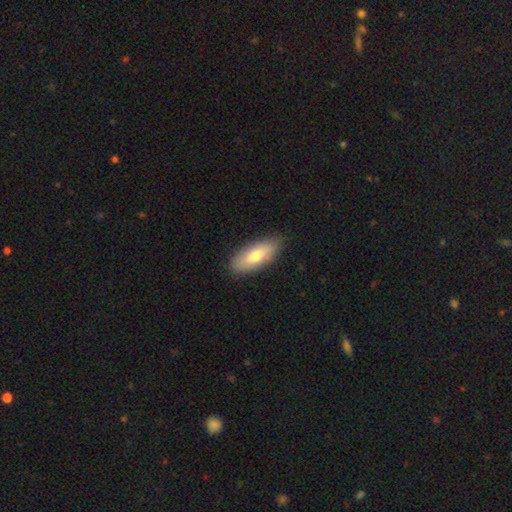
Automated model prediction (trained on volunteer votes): Morphology: type=smooth (72%); roundness=in between (76%); merging=none (86%).